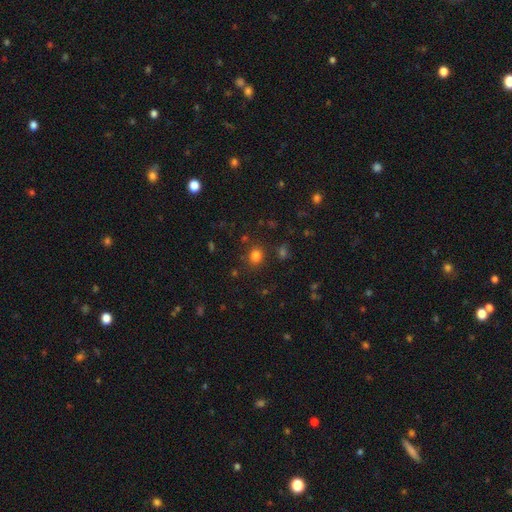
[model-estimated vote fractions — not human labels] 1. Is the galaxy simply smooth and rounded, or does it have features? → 79% smooth, 16% star or artifact, 5% featured or disk.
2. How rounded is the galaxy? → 66% round, 33% in between, 1% cigar-shaped.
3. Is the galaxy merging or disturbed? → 83% none, 10% minor disturbance, 4% merger, 4% major disturbance.